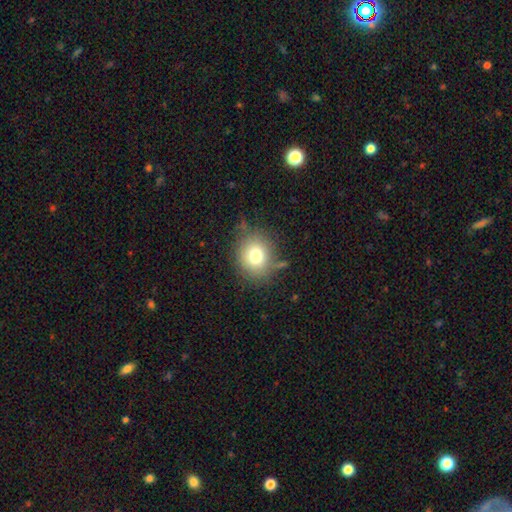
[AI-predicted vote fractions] smooth 75%, featured or disk 13%, star or artifact 12%. Down the decision tree: how rounded — round (76%); merging — none (75%).